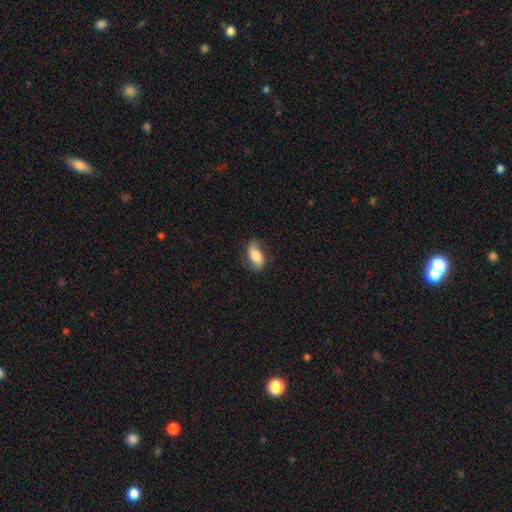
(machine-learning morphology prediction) Smooth or featured? featured or disk (46%)
Merging? none (70%)